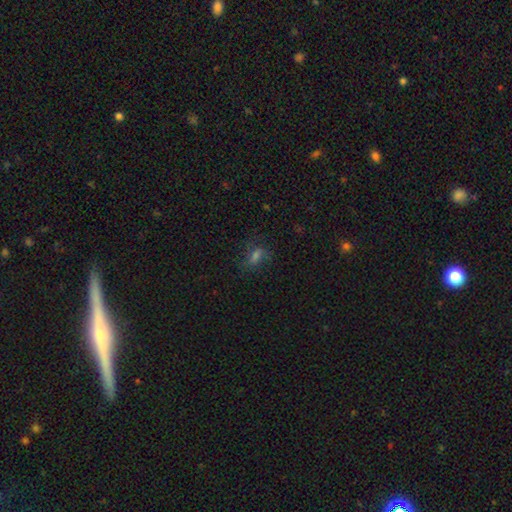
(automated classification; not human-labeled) smooth_or_featured: smooth (p=0.51) [alt: star or artifact p=0.28]
how_rounded: in between (p=0.66) [alt: round p=0.18]
merging: none (p=0.68) [alt: minor disturbance p=0.19]